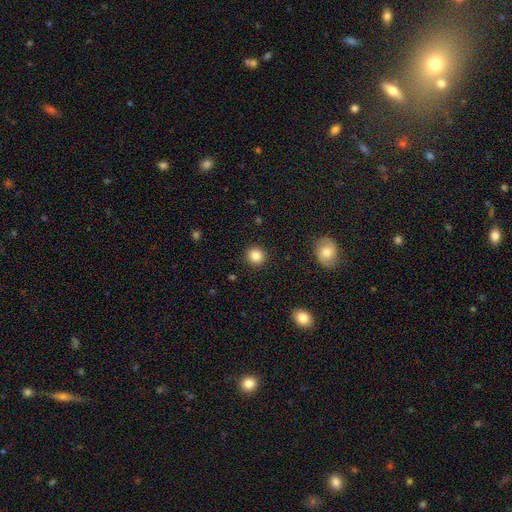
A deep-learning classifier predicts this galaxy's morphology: Smooth or featured?
  - smooth: 85% *
  - star or artifact: 10%
  - featured or disk: 5%
How rounded?
  - round: 90% *
  - in between: 9%
  - cigar-shaped: 1%
Merging?
  - none: 91% *
  - minor disturbance: 5%
  - major disturbance: 2%
  - merger: 1%